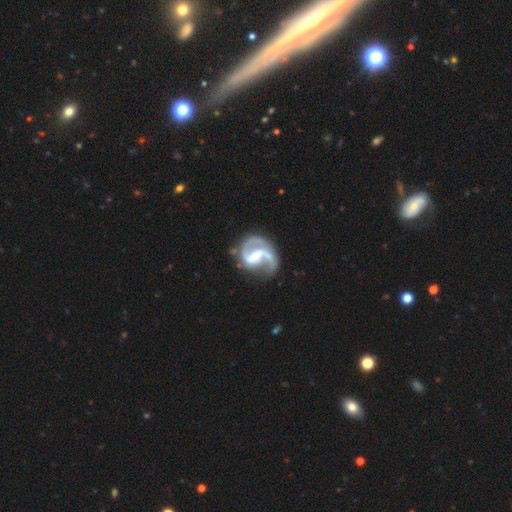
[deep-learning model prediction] smooth-or-featured: featured or disk: 90% | smooth: 6% | star or artifact: 4%
  disk-edge-on: no: 98% | yes: 2%
    bar: weak: 49% | strong: 28% | no: 24%
    has-spiral-arms: yes: 97% | no: 3%
      spiral-winding: medium: 52% | loose: 34% | tight: 13%
      spiral-arm-count: 2: 85% | 1: 7% | 3: 3% | can't tell: 3% | 4: 1% | more than 4: 1%
    bulge-size: small: 55% | moderate: 31% | none: 10% | large: 3% | dominant: 1%
  merging: none: 59% | minor disturbance: 20% | major disturbance: 17% | merger: 4%